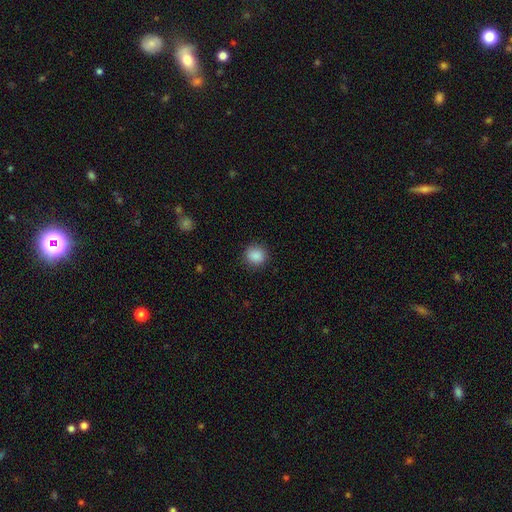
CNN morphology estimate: smooth-or-featured: smooth: 88% | star or artifact: 9% | featured or disk: 3%
  how-rounded: round: 85% | in between: 14% | cigar-shaped: 1%
  merging: none: 89% | minor disturbance: 8% | major disturbance: 2% | merger: 1%